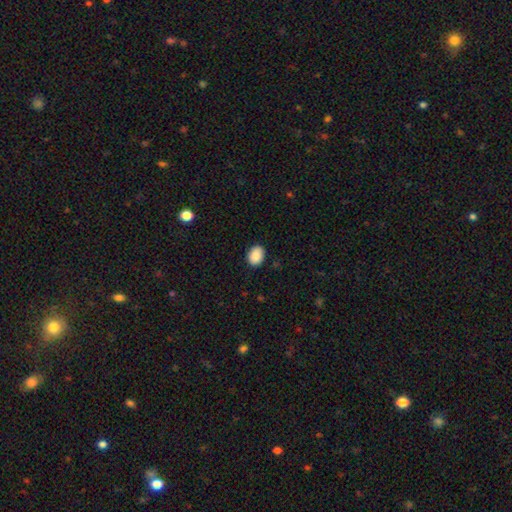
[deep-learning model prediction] Q: Smooth or featured?
A: smooth (90%); runner-up: star or artifact (7%)
Q: How rounded?
A: in between (71%); runner-up: round (28%)
Q: Merging?
A: none (87%); runner-up: minor disturbance (10%)